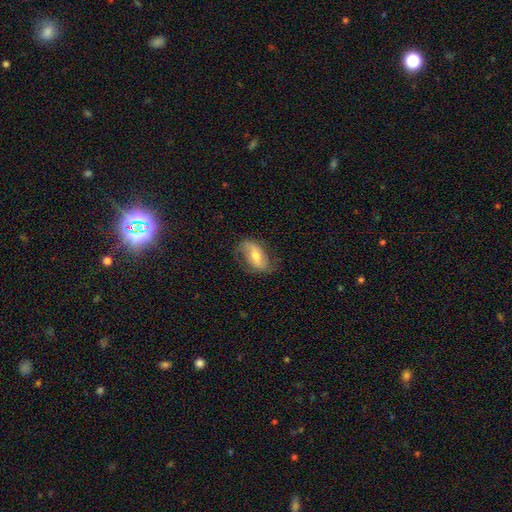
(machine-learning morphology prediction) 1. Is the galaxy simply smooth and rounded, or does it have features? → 60% featured or disk, 32% smooth, 8% star or artifact.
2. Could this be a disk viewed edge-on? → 92% no, 8% yes.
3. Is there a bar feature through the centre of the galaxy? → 37% weak, 32% no, 31% strong.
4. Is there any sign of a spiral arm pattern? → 84% yes, 16% no.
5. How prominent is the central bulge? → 61% moderate, 30% small, 6% large, 2% none, 1% dominant.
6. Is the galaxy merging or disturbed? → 70% none, 20% minor disturbance, 8% major disturbance, 1% merger.